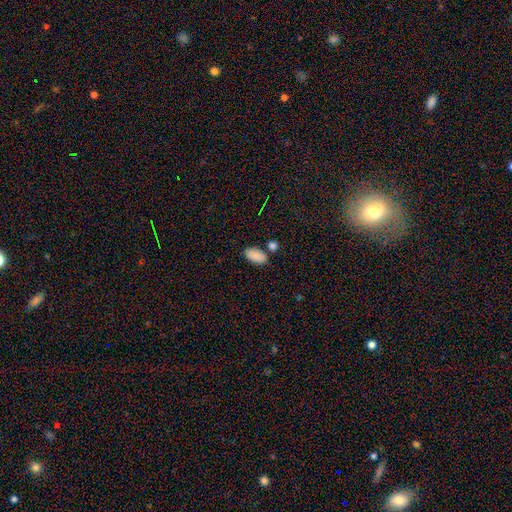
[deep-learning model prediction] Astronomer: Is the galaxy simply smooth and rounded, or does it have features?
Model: smooth — 88%.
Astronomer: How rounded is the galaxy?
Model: in between — 94%.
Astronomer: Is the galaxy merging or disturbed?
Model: none — 75%.